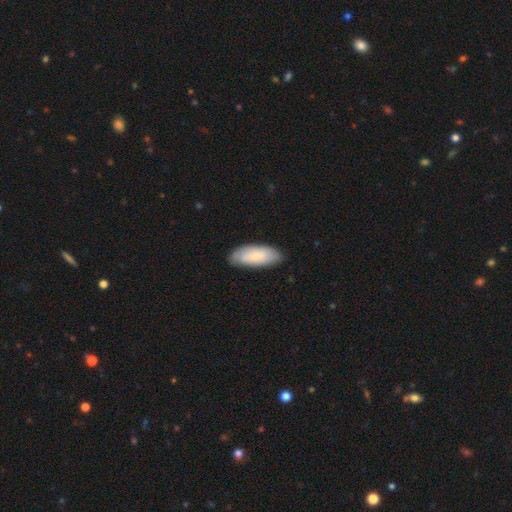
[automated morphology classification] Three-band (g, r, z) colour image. It shows a smooth galaxy with no disk features (70%) that is in between round and cigar-shaped (78%). Merging: none (80%).